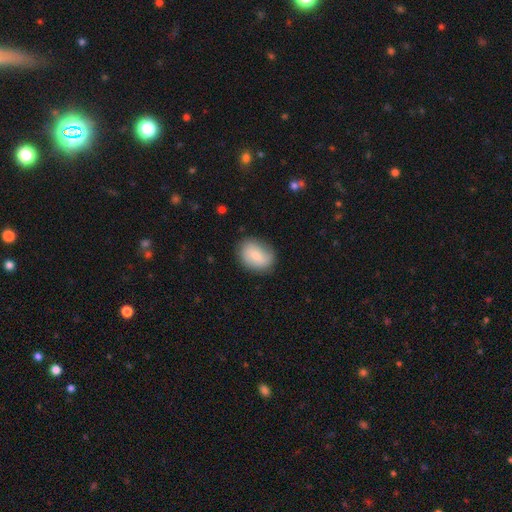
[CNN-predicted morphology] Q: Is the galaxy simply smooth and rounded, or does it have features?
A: smooth — 70%.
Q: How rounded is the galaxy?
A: in between — 65%.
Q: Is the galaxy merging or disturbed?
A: none — 79%.